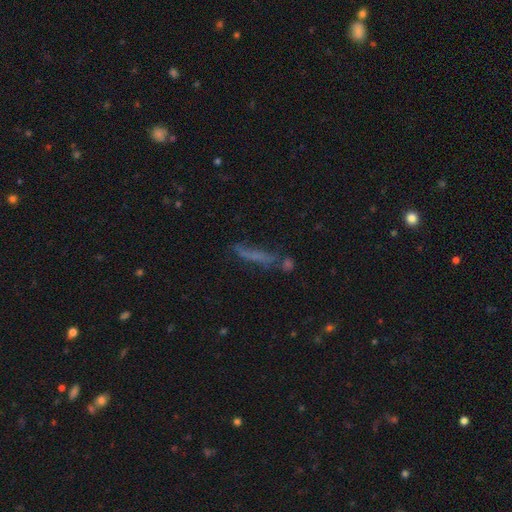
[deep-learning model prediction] smooth 49%, featured or disk 33%, star or artifact 18%. Down the decision tree: merging — none (54%).